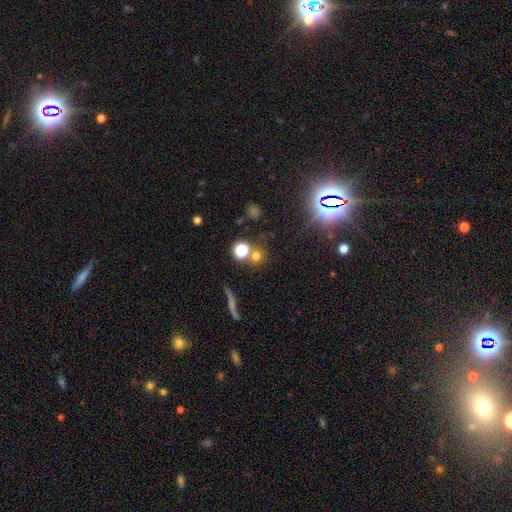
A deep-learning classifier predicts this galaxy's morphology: Smooth or featured? Predicted: smooth (p=0.66). How rounded? Predicted: round (p=0.90). Merging? Predicted: none (p=0.66).